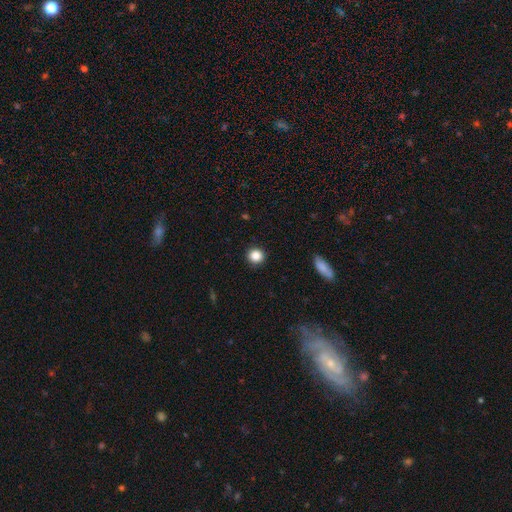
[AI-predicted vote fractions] Smooth or featured? Predicted: smooth (p=0.86). How rounded? Predicted: round (p=0.92). Merging? Predicted: none (p=0.92).